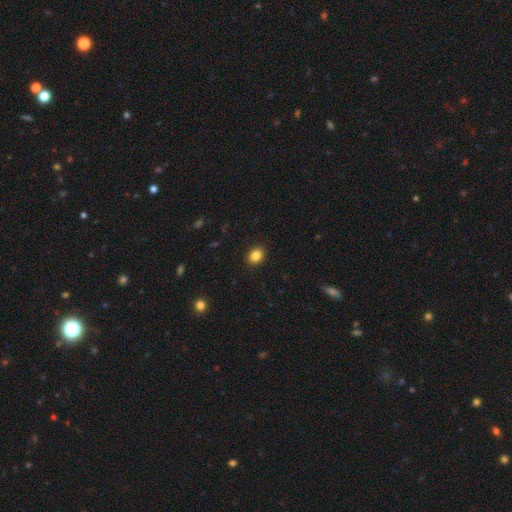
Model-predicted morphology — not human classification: smooth 85%, star or artifact 10%, featured or disk 5%. Down the decision tree: how rounded — round (51%); merging — none (91%).